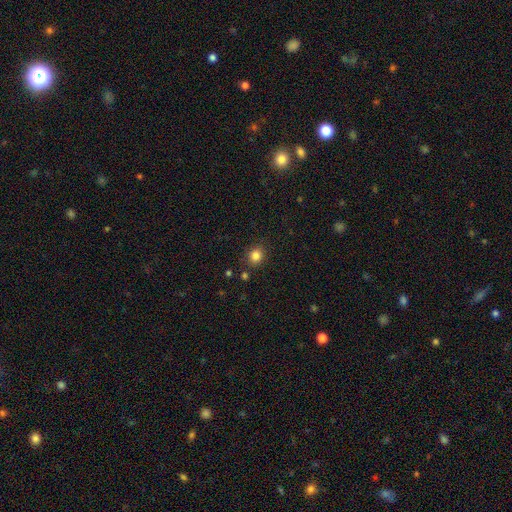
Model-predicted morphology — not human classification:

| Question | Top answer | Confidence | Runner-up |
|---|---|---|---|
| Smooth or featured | smooth | 83% | star or artifact (12%) |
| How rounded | round | 72% | in between (27%) |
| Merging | none | 85% | minor disturbance (9%) |